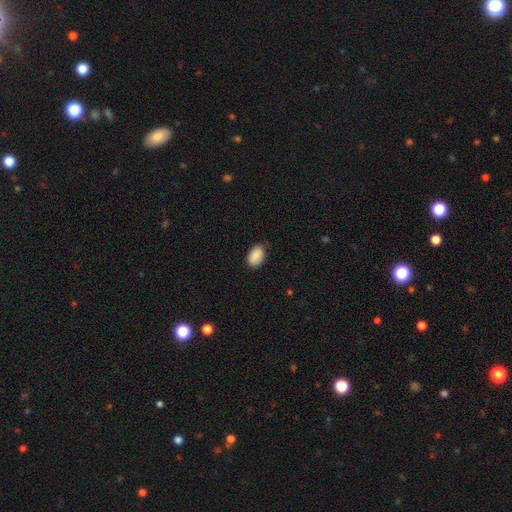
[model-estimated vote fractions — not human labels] The model was most divided on "merging": none: 79%, minor disturbance: 17%, major disturbance: 3%, merger: 1%. More confident: smooth or featured — smooth (90%); how rounded — in between (87%).